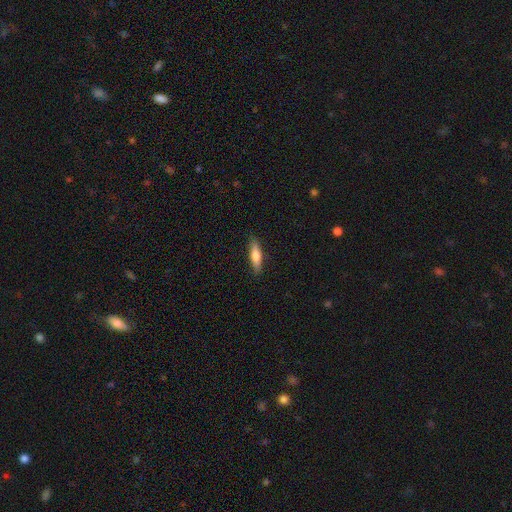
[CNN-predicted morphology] Smooth or featured?
  - smooth: 71% *
  - featured or disk: 23%
  - star or artifact: 6%
How rounded?
  - cigar-shaped: 67% *
  - in between: 31%
  - round: 2%
Merging?
  - none: 86% *
  - minor disturbance: 11%
  - major disturbance: 2%
  - merger: 1%